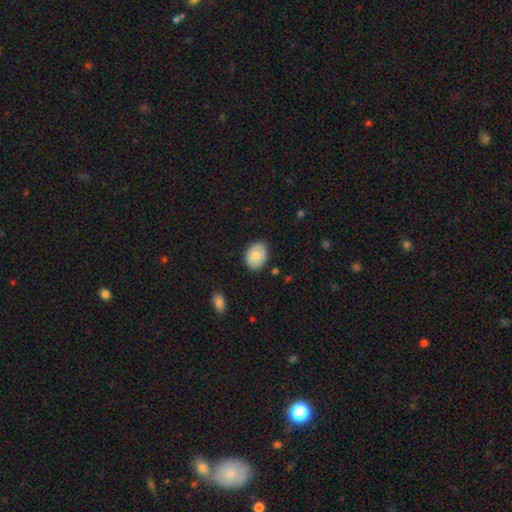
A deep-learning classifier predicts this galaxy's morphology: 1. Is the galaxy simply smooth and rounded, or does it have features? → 65% smooth, 28% featured or disk, 7% star or artifact.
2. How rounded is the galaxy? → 58% in between, 41% round, 1% cigar-shaped.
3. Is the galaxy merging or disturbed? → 83% none, 13% minor disturbance, 3% major disturbance, 1% merger.